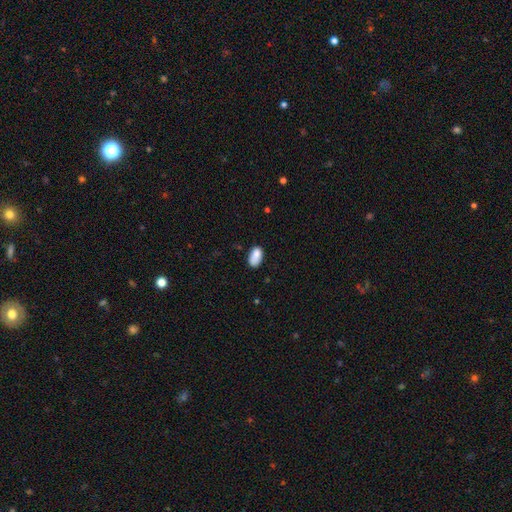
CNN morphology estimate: A smooth galaxy with no disk features (85%) that is in between round and cigar-shaped (92%). Merging: none (67%).